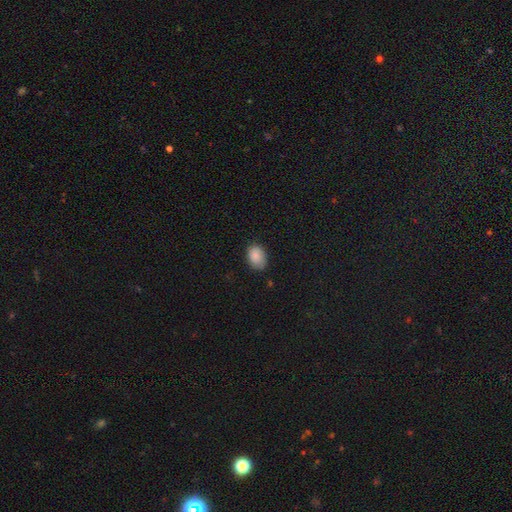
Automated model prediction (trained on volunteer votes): A smooth galaxy with no disk features (87%) that is in between round and cigar-shaped (79%).

Vote fractions:
- Smooth or featured? smooth: 87% / star or artifact: 8% / featured or disk: 5%
- How rounded? in between: 79% / round: 20% / cigar-shaped: 1%
- Merging? none: 74% / minor disturbance: 21% / major disturbance: 4% / merger: 1%